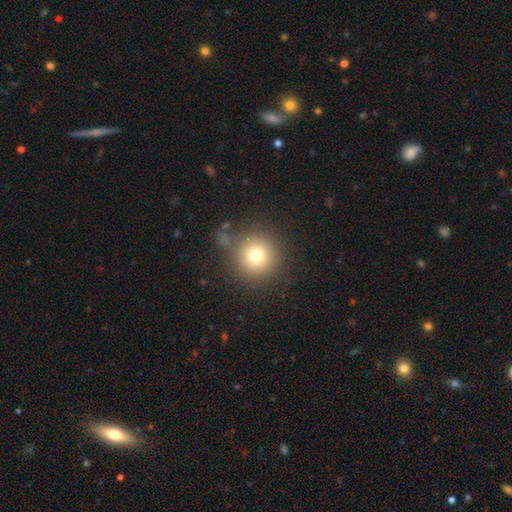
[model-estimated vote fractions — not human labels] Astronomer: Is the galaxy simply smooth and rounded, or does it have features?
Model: smooth — 75%.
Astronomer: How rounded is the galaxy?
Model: round — 95%.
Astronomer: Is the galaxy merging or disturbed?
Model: none — 82%.